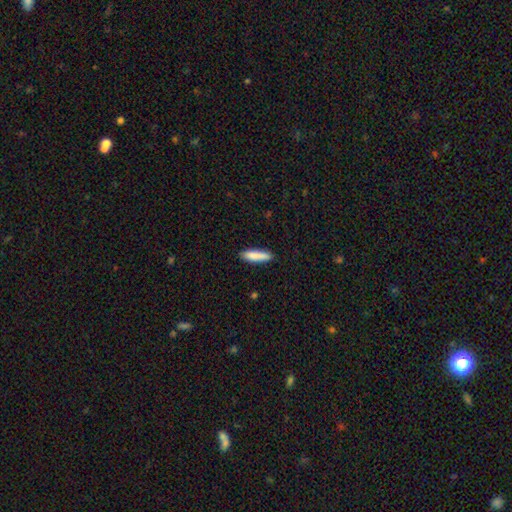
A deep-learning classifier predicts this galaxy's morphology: smooth 86%, featured or disk 8%, star or artifact 6%. Down the decision tree: how rounded — cigar-shaped (72%); merging — none (86%).